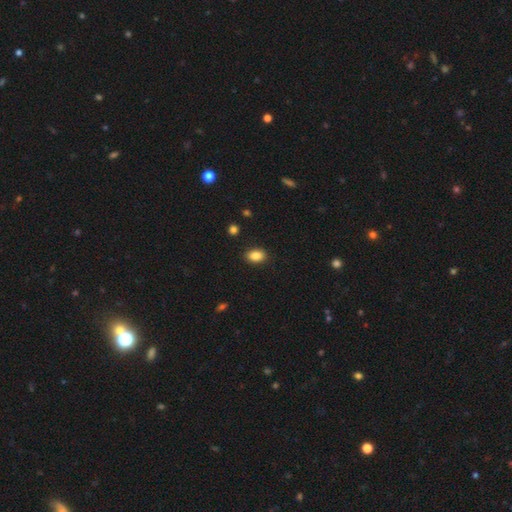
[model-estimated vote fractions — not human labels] Smooth or featured? smooth (87%)
How rounded? in between (86%)
Merging? none (88%)